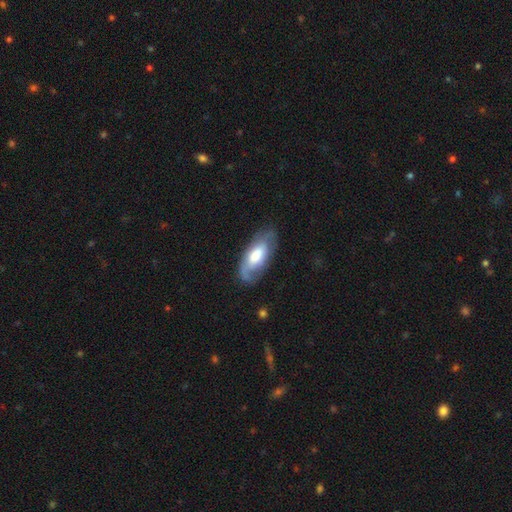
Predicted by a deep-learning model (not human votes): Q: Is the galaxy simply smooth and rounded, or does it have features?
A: featured or disk — 47%, tied with smooth.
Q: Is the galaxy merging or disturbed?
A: none — 67%.